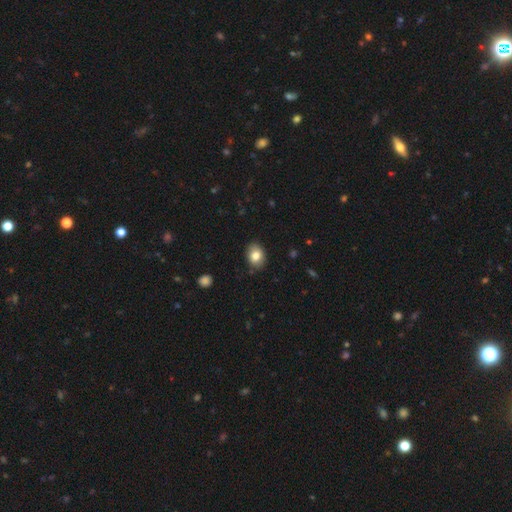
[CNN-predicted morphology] Q: Smooth or featured?
A: smooth (81%); runner-up: featured or disk (10%)
Q: How rounded?
A: in between (66%); runner-up: round (33%)
Q: Merging?
A: none (84%); runner-up: minor disturbance (12%)